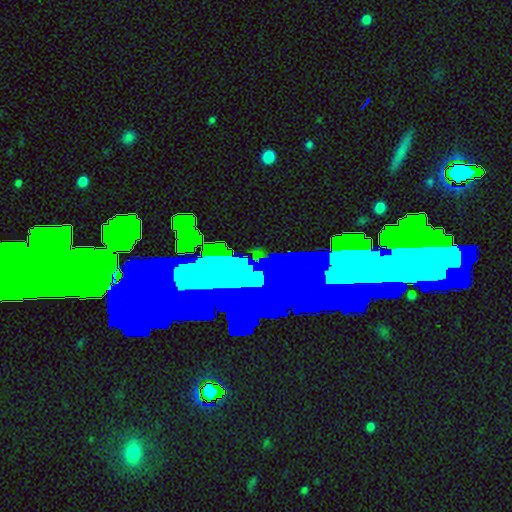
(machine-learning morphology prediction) star or artifact 75%, featured or disk 13%, smooth 12%.